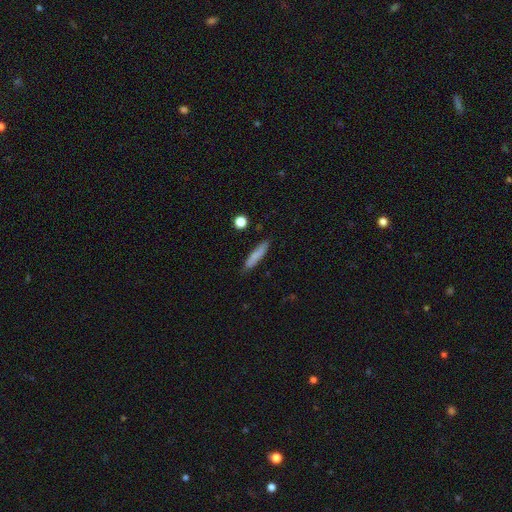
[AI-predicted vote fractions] Smooth or featured?
  - smooth: 79% *
  - featured or disk: 14%
  - star or artifact: 7%
How rounded?
  - cigar-shaped: 88% *
  - in between: 11%
  - round: 2%
Merging?
  - none: 85% *
  - minor disturbance: 11%
  - major disturbance: 2%
  - merger: 2%